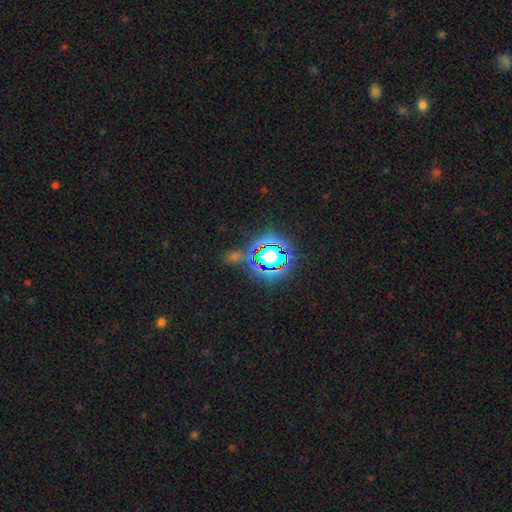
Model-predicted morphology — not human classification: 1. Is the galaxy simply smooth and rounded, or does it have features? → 82% star or artifact, 12% smooth, 6% featured or disk.